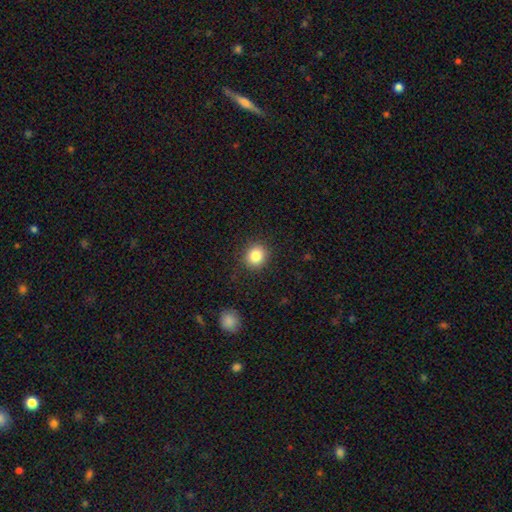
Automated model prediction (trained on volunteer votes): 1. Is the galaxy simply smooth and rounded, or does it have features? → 84% smooth, 10% star or artifact, 5% featured or disk.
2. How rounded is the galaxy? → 85% round, 14% in between, 1% cigar-shaped.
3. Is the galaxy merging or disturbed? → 89% none, 7% minor disturbance, 3% major disturbance, 1% merger.